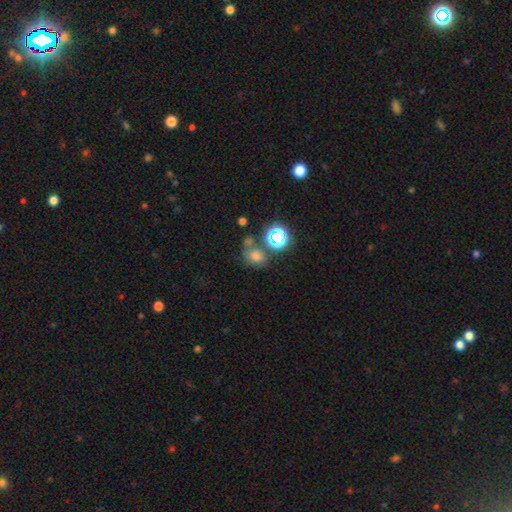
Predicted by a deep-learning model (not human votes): Q: Smooth or featured?
A: smooth (57%); runner-up: star or artifact (32%)
Q: How rounded?
A: round (66%); runner-up: in between (33%)
Q: Merging?
A: none (57%); runner-up: merger (21%)